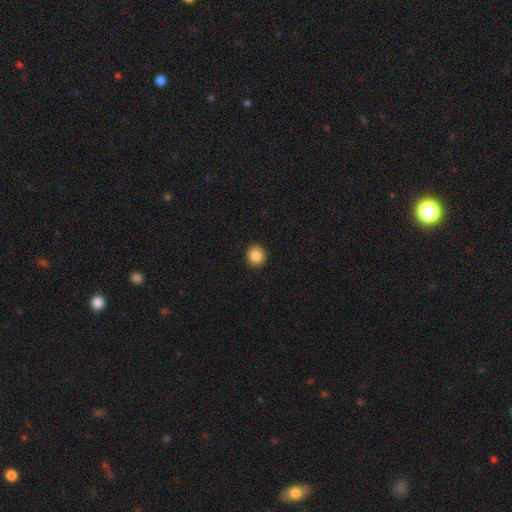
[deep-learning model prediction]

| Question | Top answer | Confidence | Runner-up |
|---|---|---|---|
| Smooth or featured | smooth | 85% | star or artifact (9%) |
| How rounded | round | 82% | in between (17%) |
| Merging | none | 92% | minor disturbance (5%) |